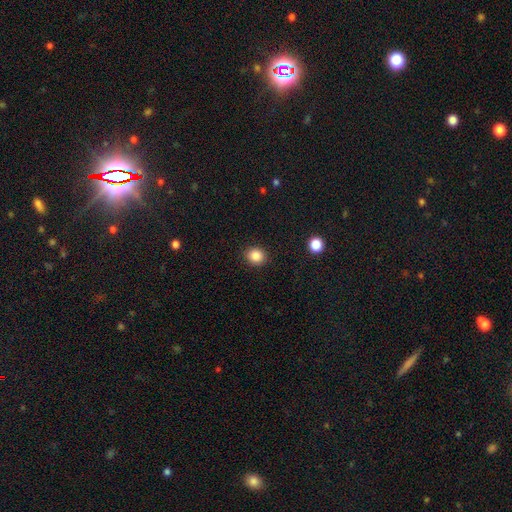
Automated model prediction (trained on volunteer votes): Smooth or featured? smooth (86%)
How rounded? round (79%)
Merging? none (91%)